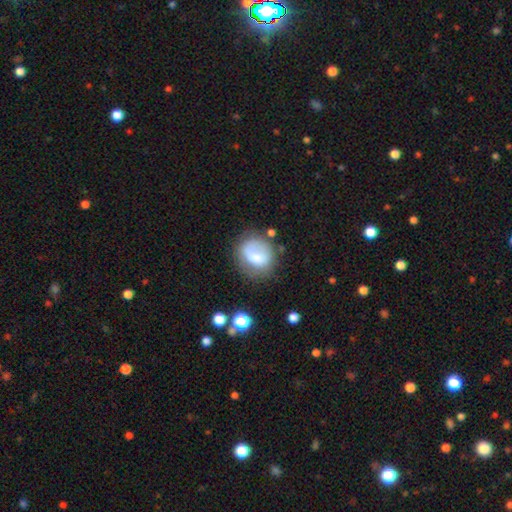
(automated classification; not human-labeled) A smooth galaxy with no disk features (66%) that is round (67%).

Vote fractions:
- Smooth or featured? smooth: 66% / featured or disk: 25% / star or artifact: 9%
- How rounded? round: 67% / in between: 32% / cigar-shaped: 1%
- Merging? none: 52% / minor disturbance: 24% / major disturbance: 18% / merger: 6%